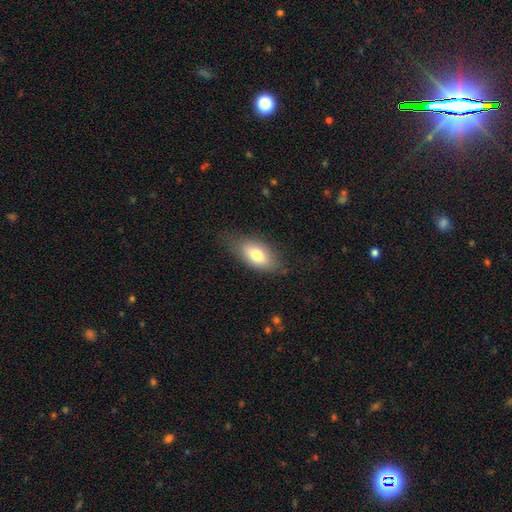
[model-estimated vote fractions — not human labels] The model was most divided on "merging": none: 72%, minor disturbance: 21%, major disturbance: 6%, merger: 1%. More confident: how rounded — in between (87%); smooth or featured — smooth (74%).